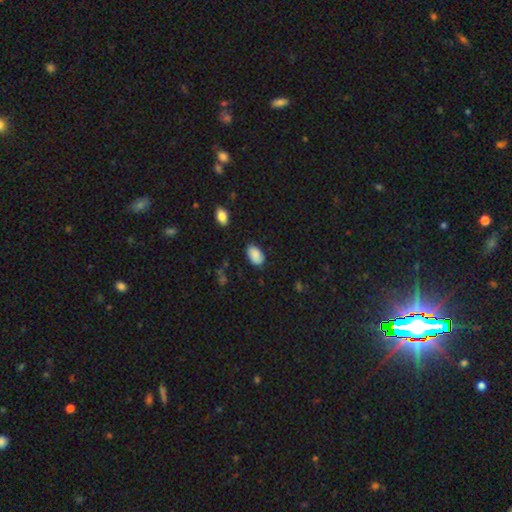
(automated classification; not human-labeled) Overall: smooth (87%). How rounded: in between (92%). Merging: none (78%).